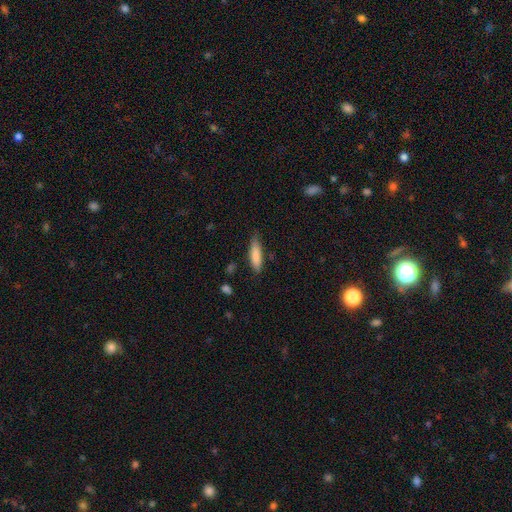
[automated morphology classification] Smooth or featured? smooth (82%)
How rounded? cigar-shaped (67%)
Merging? none (73%)